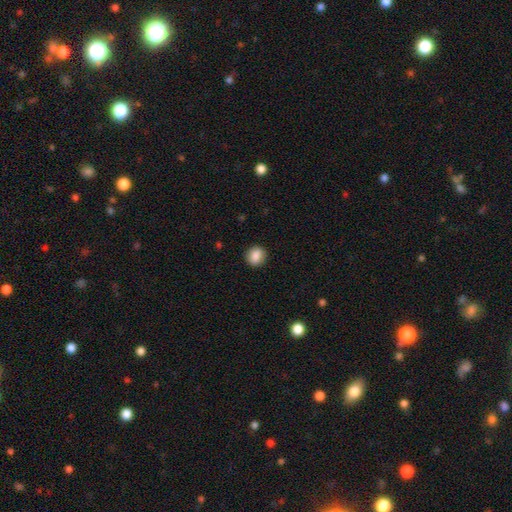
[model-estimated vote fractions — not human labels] smooth-or-featured: smooth: 88% | star or artifact: 8% | featured or disk: 4%
  how-rounded: round: 73% | in between: 26% | cigar-shaped: 1%
  merging: none: 90% | minor disturbance: 7% | major disturbance: 2% | merger: 1%